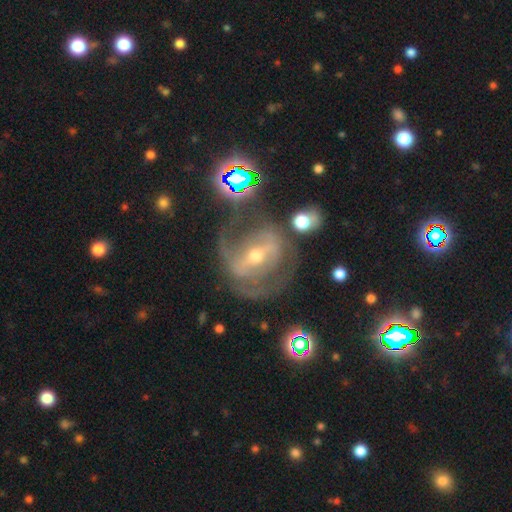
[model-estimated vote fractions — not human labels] The model was most divided on "bulge size": small: 50%, moderate: 46%, large: 2%, none: 1%, dominant: 1%. Remaining: edge-on disk — no (93%); smooth or featured — featured or disk (80%); spiral arms — yes (77%); bar — strong (61%); spiral arm count — 2 (61%); merging — none (58%); spiral winding — medium (44%).